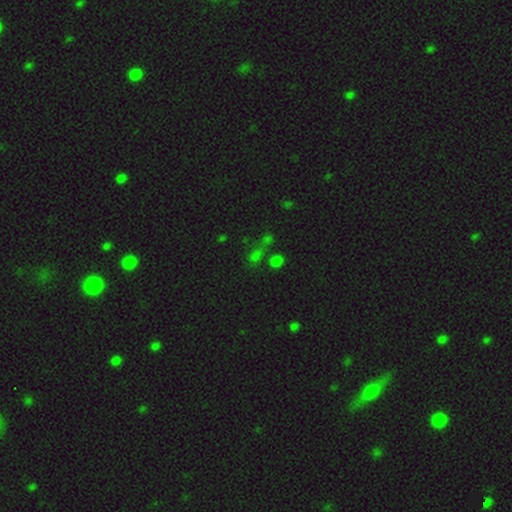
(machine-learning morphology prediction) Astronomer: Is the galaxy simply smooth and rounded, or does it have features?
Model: star or artifact — 50% (runner-up: smooth, 42%).